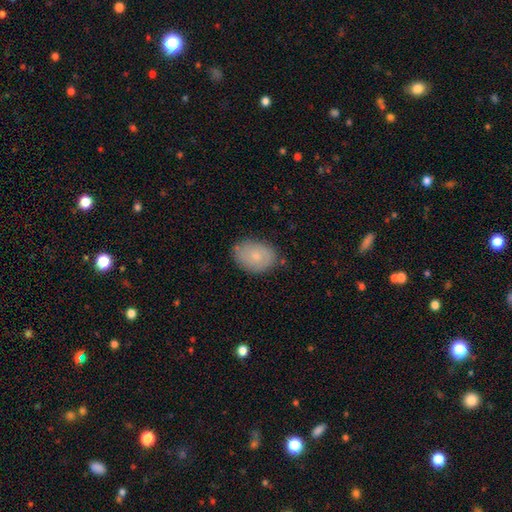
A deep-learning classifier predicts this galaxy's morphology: This is likely a smooth galaxy (66%). How rounded: likely in between (77%). Merging: likely none (76%).